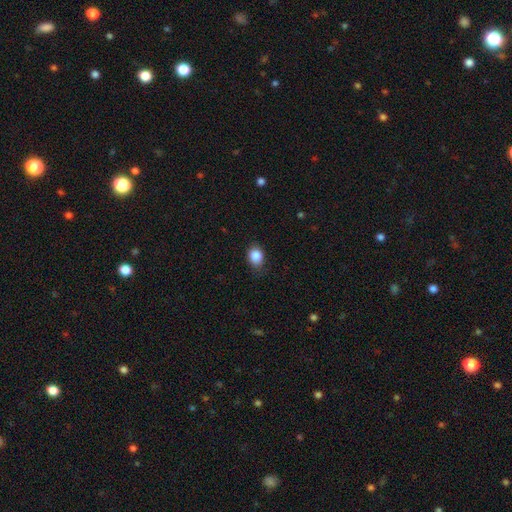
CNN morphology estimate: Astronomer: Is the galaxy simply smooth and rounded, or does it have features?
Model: smooth — 85%.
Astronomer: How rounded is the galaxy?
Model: round — 52% (runner-up: in between, 47%).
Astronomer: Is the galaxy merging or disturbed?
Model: none — 79%.